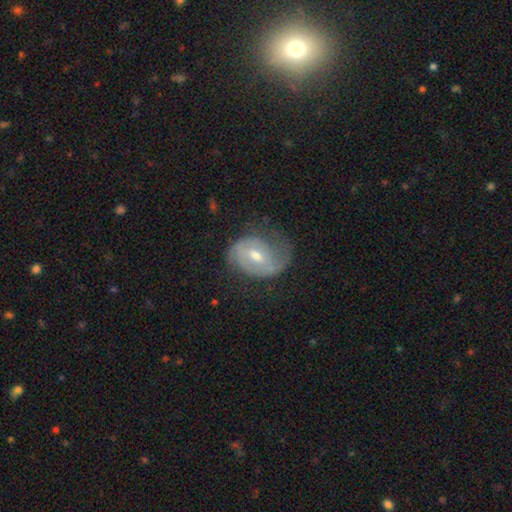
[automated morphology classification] type=featured or disk (74%); edge-on=no (97%); bar=weak (54%); spiral arms=yes (87%); winding=tight (43%); arm count=2 (52%); bulge=moderate (65%); merging=none (55%).